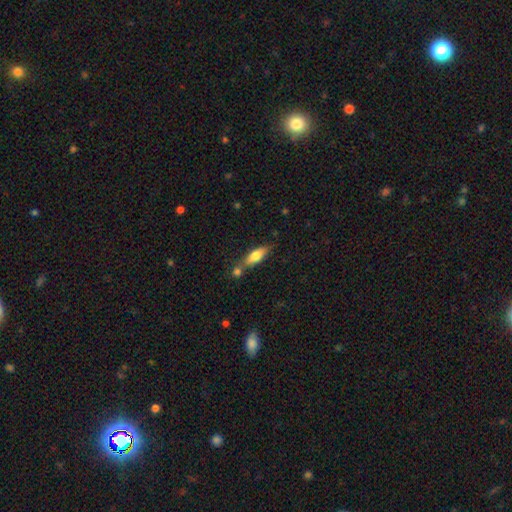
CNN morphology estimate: A smooth galaxy with no disk features (69%) that is in between round and cigar-shaped (59%).

Vote fractions:
- Smooth or featured? smooth: 69% / featured or disk: 24% / star or artifact: 7%
- How rounded? in between: 59% / cigar-shaped: 38% / round: 3%
- Merging? none: 53% / merger: 27% / minor disturbance: 15% / major disturbance: 4%